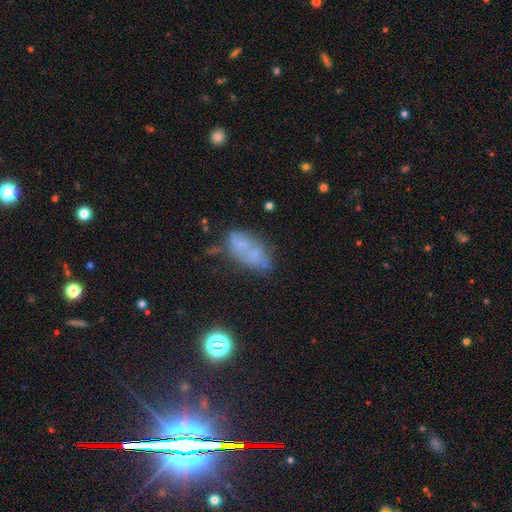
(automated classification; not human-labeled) Smooth or featured? Predicted: smooth (p=0.36). Merging? Predicted: none (p=0.53).